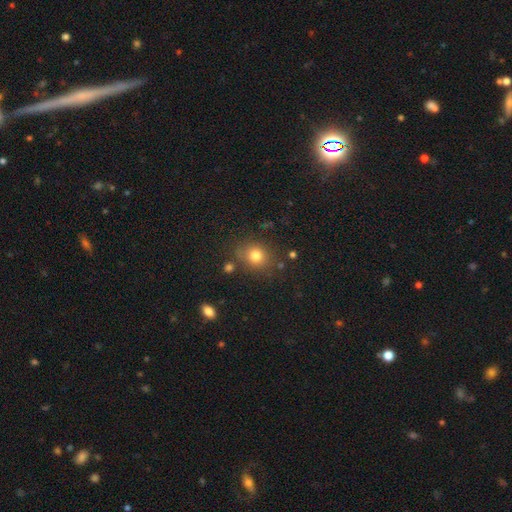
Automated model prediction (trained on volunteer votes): Smooth or featured: smooth — 79% (star or artifact — 13%)
How rounded: round — 70% (in between — 29%)
Merging: none — 77% (minor disturbance — 14%)